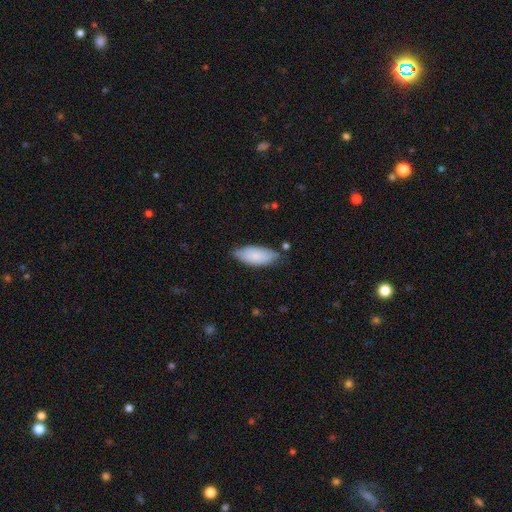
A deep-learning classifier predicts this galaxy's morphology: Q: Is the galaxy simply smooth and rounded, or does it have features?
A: smooth — 81%.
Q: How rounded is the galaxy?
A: in between — 85%.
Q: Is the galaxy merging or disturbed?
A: none — 70%.